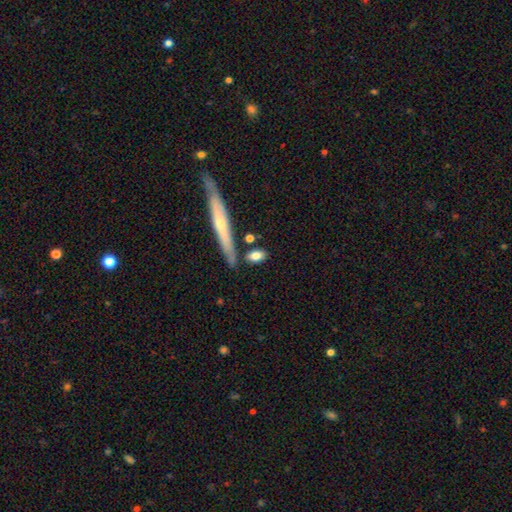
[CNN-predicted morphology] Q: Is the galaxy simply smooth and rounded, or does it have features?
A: smooth — 77%.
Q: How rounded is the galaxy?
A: in between — 74%.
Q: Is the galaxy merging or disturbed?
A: none — 71%.